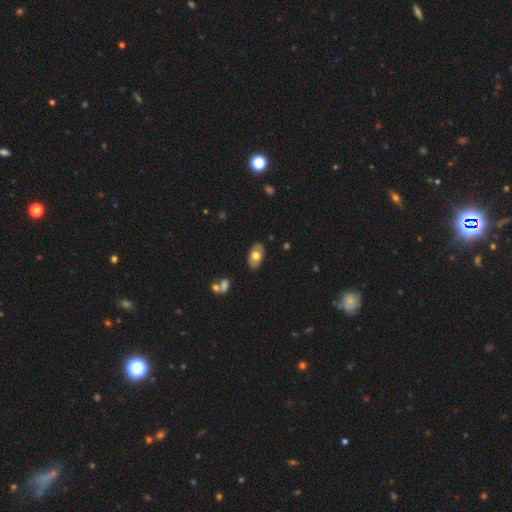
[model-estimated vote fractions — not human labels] Q: Smooth or featured?
A: smooth (60%); runner-up: featured or disk (34%)
Q: How rounded?
A: in between (91%); runner-up: round (7%)
Q: Merging?
A: none (84%); runner-up: minor disturbance (12%)